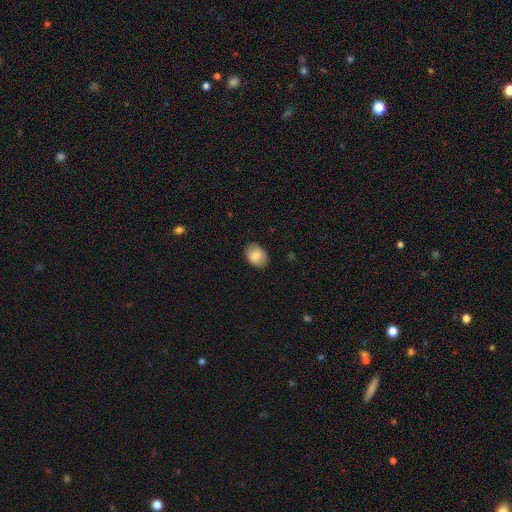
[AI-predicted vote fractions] smooth 85%, featured or disk 8%, star or artifact 7%. Down the decision tree: how rounded — in between (73%); merging — none (84%).